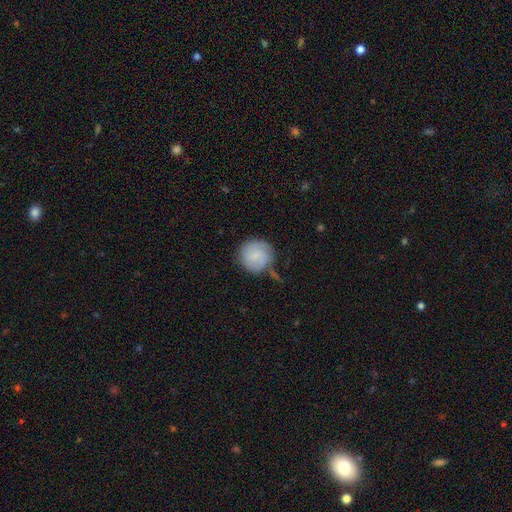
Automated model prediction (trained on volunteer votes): smooth 66%, featured or disk 28%, star or artifact 7%. Down the decision tree: how rounded — round (92%); merging — none (66%).